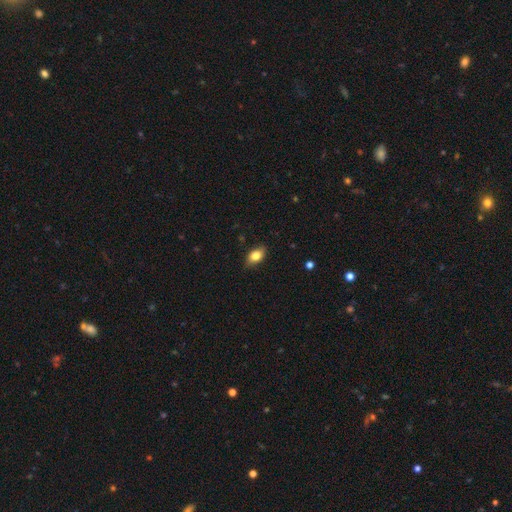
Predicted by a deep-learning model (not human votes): Smooth or featured? Predicted: smooth (p=0.80). How rounded? Predicted: in between (p=0.86). Merging? Predicted: none (p=0.82).